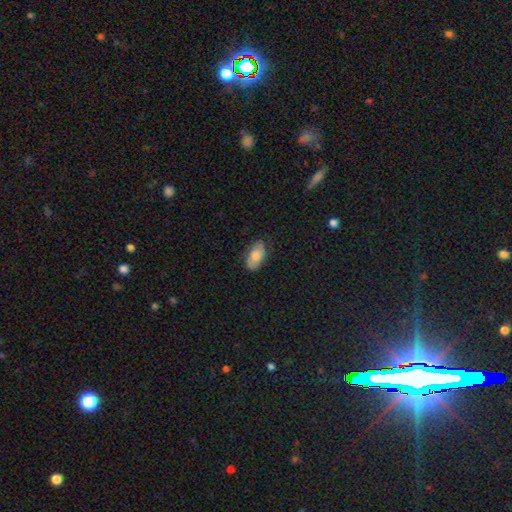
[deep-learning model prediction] A smooth galaxy with no disk features (73%) that is in between round and cigar-shaped (93%).

Vote fractions:
- Smooth or featured? smooth: 73% / featured or disk: 20% / star or artifact: 7%
- How rounded? in between: 93% / round: 4% / cigar-shaped: 3%
- Merging? none: 76% / minor disturbance: 19% / major disturbance: 4% / merger: 1%